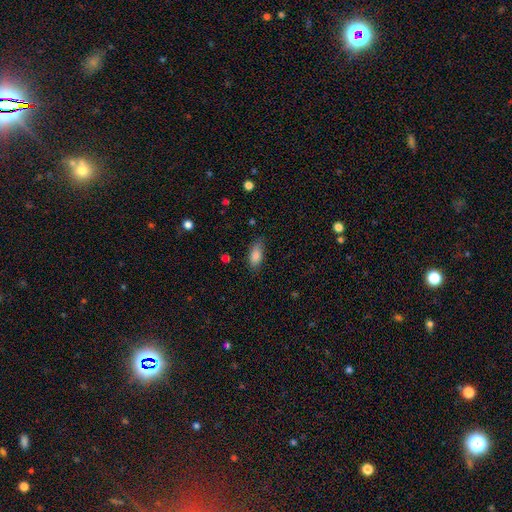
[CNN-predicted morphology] Overall: smooth (85%). How rounded: in between (86%). Merging: none (73%).